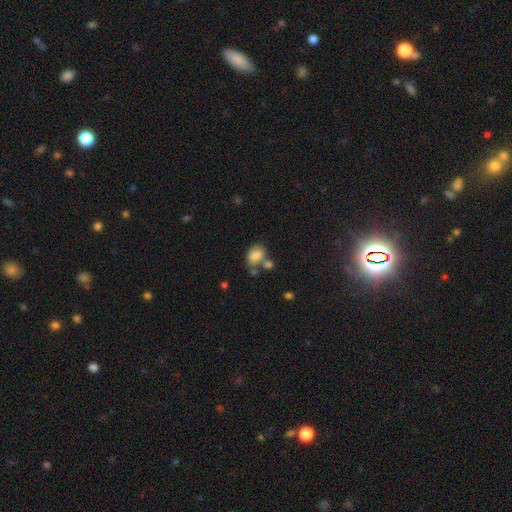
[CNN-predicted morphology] This appears to be a smooth galaxy with no disk features (80%) that is in between round and cigar-shaped (76%). Merging: none (43%).